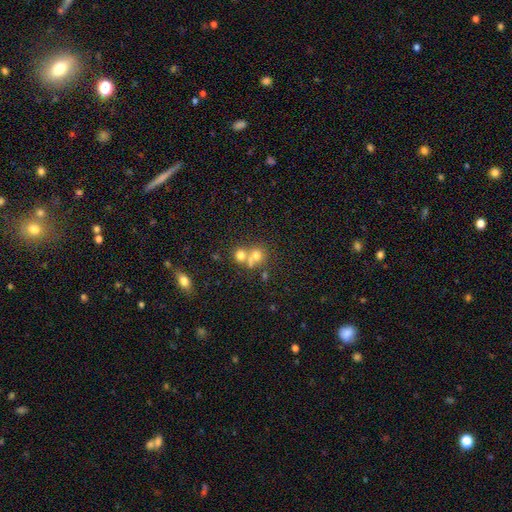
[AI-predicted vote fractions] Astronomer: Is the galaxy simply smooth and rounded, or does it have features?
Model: smooth — 68%.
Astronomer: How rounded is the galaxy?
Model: round — 78%.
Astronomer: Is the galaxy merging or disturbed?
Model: merger — 49% (runner-up: none, 39%).